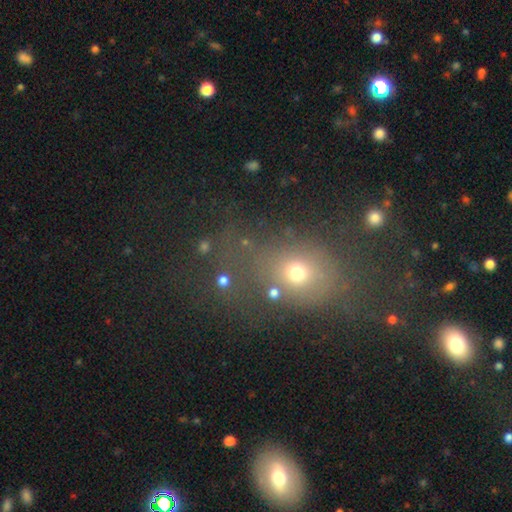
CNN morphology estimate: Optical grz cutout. It shows a smooth galaxy with no disk features (53%) that is in between round and cigar-shaped (51%). Merging: none (63%).